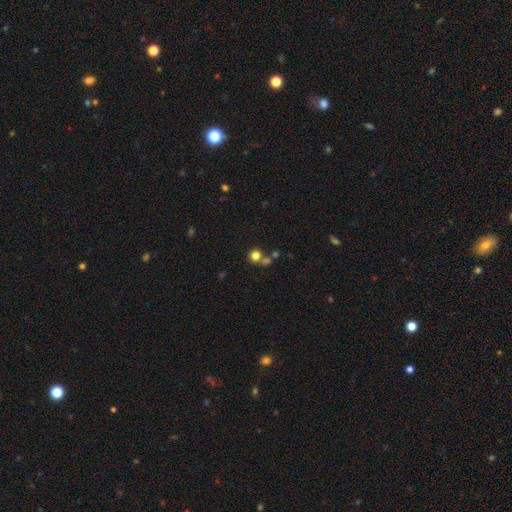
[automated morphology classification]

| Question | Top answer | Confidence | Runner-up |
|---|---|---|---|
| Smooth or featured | smooth | 78% | star or artifact (14%) |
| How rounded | round | 89% | in between (10%) |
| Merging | none | 61% | merger (27%) |